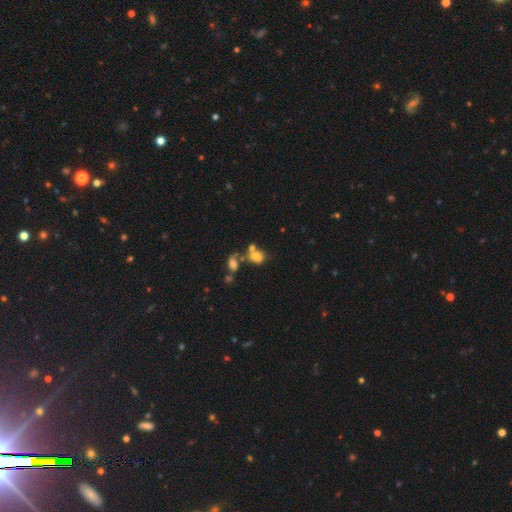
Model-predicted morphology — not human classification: A smooth galaxy with no disk features (67%) that is in between round and cigar-shaped (56%). Merging: merger (42%).